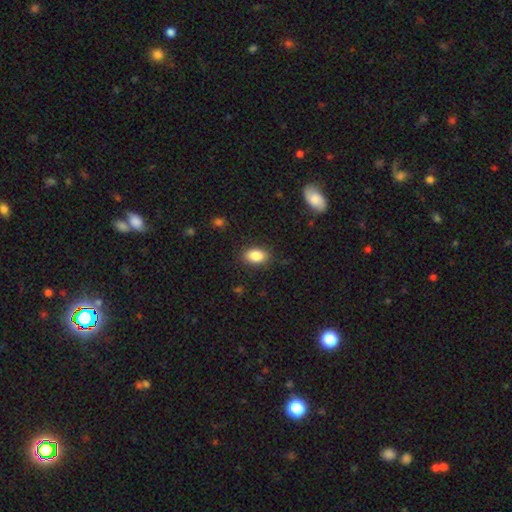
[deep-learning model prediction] Overall: smooth (86%). How rounded: in between (87%). Merging: none (87%).